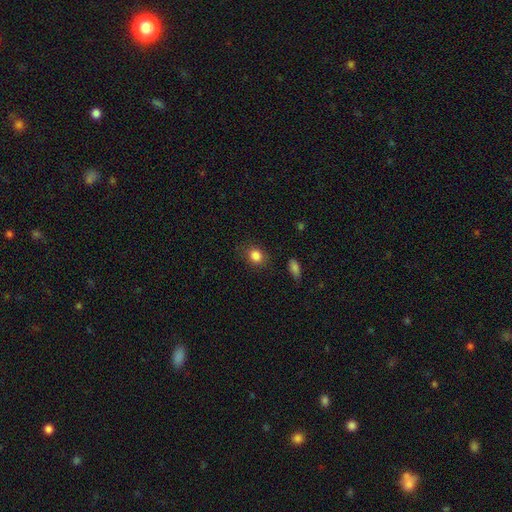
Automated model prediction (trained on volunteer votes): smooth 85%, star or artifact 10%, featured or disk 5%. Down the decision tree: how rounded — round (57%); merging — none (79%).